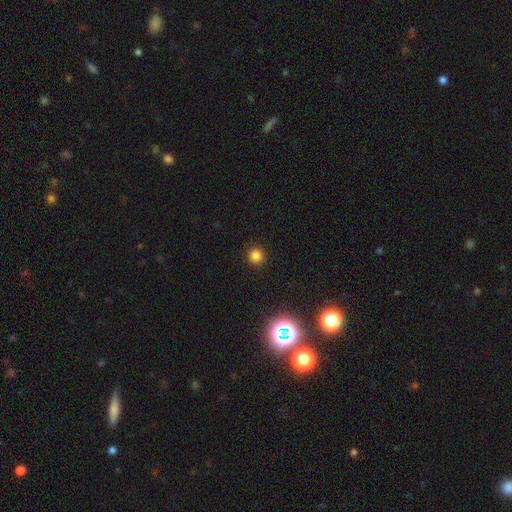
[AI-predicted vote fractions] This is likely a smooth galaxy (79%). How rounded: clearly round (94%). Merging: clearly none (92%).